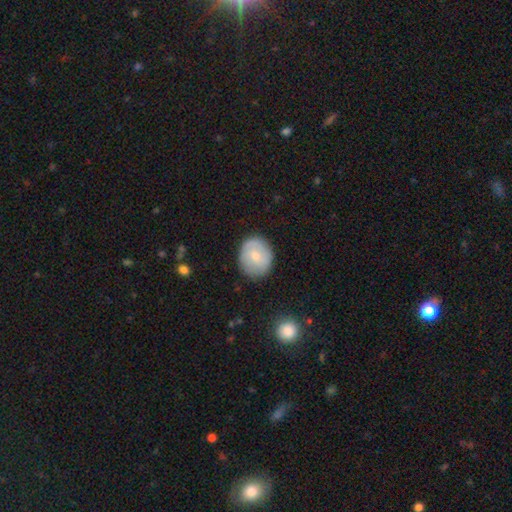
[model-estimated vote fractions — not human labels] A smooth galaxy with no disk features (59%) that is round (73%). Merging: none (82%).